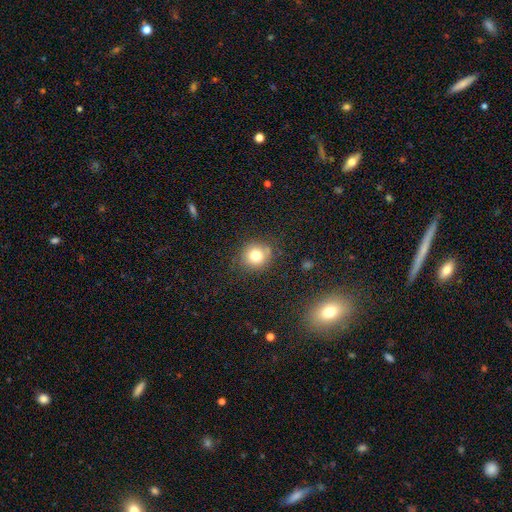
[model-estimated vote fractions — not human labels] A smooth galaxy with no disk features (76%) that is round (87%). Merging: none (81%).